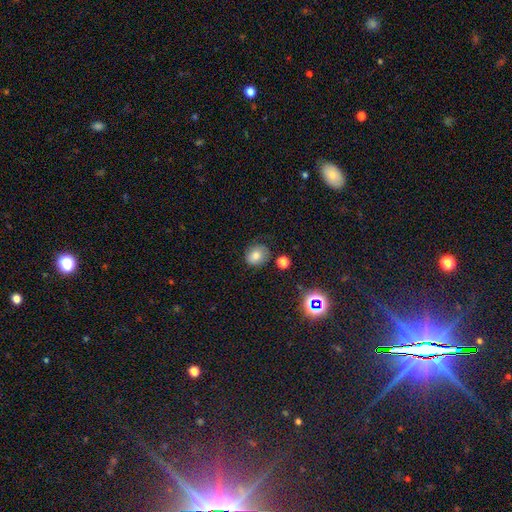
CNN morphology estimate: type=smooth (73%); roundness=round (69%); merging=none (69%).